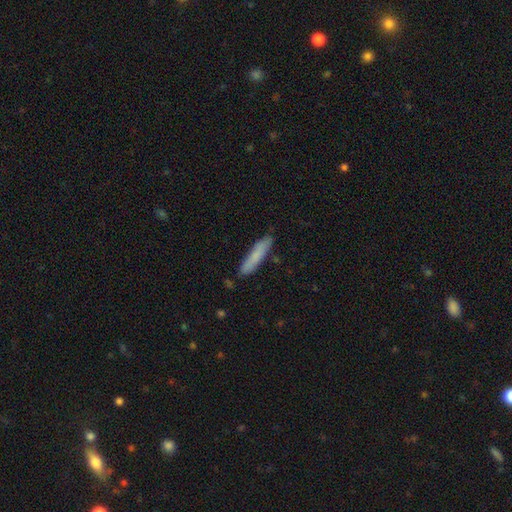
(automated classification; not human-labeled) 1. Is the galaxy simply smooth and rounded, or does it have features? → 76% smooth, 18% featured or disk, 6% star or artifact.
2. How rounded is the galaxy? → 89% cigar-shaped, 10% in between, 1% round.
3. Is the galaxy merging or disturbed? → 85% none, 12% minor disturbance, 2% major disturbance, 2% merger.